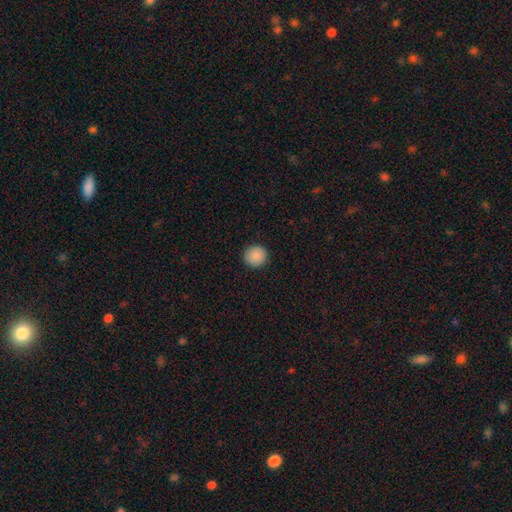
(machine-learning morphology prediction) This is clearly a smooth galaxy (89%). How rounded: clearly round (94%). Merging: clearly none (93%).